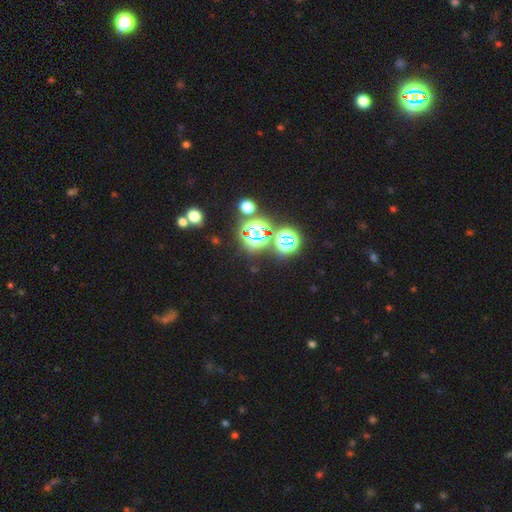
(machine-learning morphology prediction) smooth-or-featured: star or artifact: 77% | smooth: 17% | featured or disk: 6%